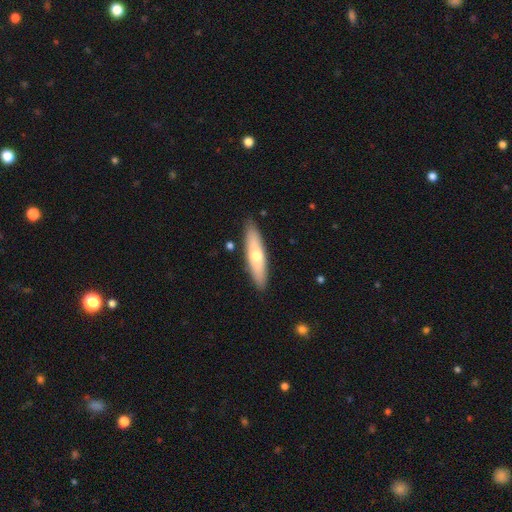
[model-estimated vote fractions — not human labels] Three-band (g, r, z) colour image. It shows a smooth galaxy with no disk features (56%) that is cigar-shaped (71%). Merging: none (87%).